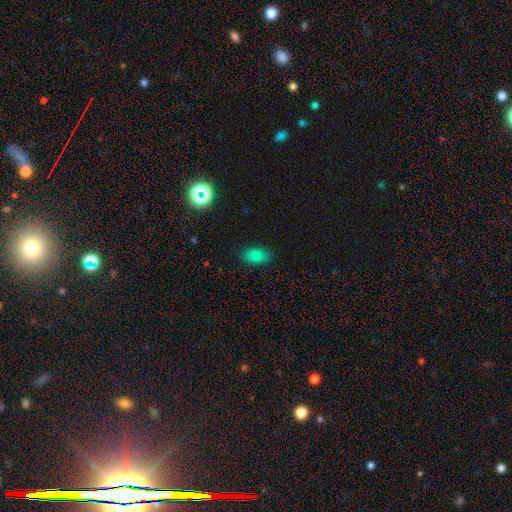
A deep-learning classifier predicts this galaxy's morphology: smooth 78%, star or artifact 12%, featured or disk 10%. Down the decision tree: how rounded — in between (88%); merging — none (87%).